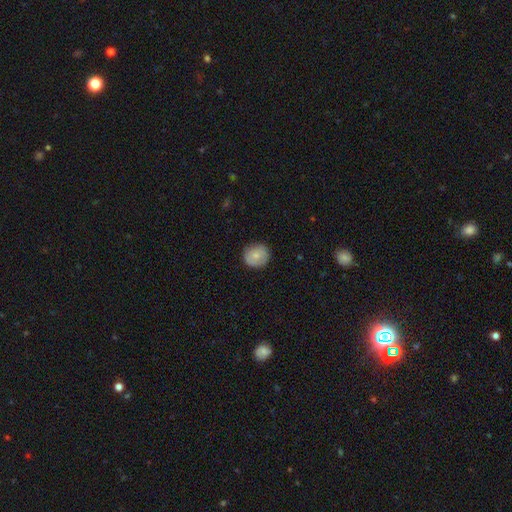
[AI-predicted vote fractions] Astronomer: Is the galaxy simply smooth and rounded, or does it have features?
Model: smooth — 75%.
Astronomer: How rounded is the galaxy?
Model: round — 91%.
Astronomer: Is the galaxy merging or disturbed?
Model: none — 86%.